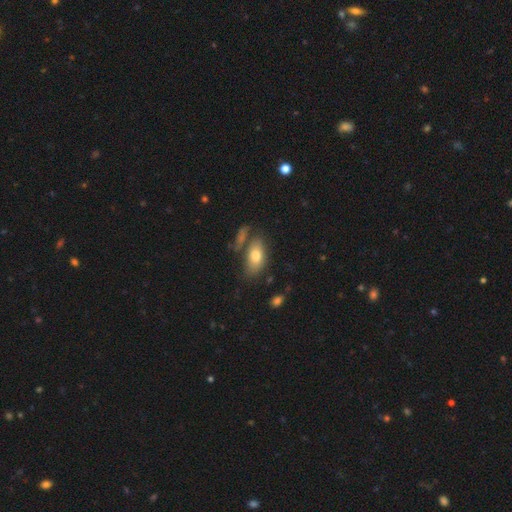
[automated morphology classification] Smooth or featured: smooth — 76% (featured or disk — 17%)
How rounded: in between — 89% (round — 5%)
Merging: none — 63% (minor disturbance — 17%)